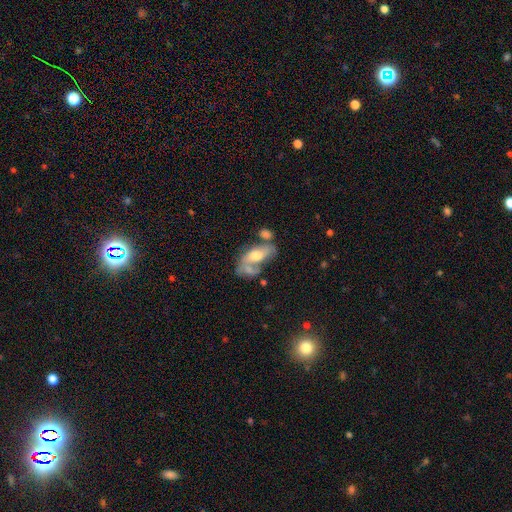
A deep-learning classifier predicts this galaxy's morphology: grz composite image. It shows a featured or disk galaxy (55%). Merging: merger (35%).